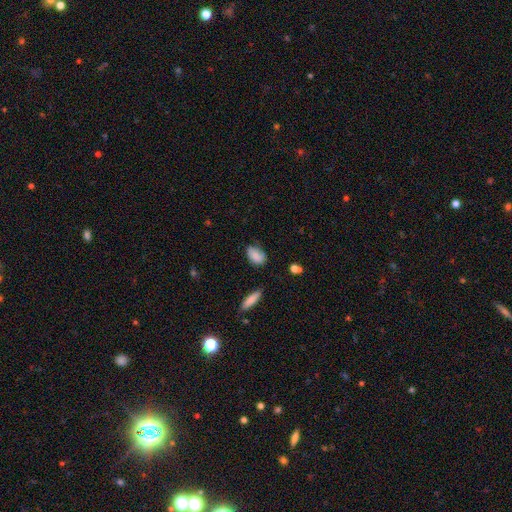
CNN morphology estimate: This is clearly a smooth galaxy (83%). How rounded: clearly in between (88%). Merging: likely none (71%).